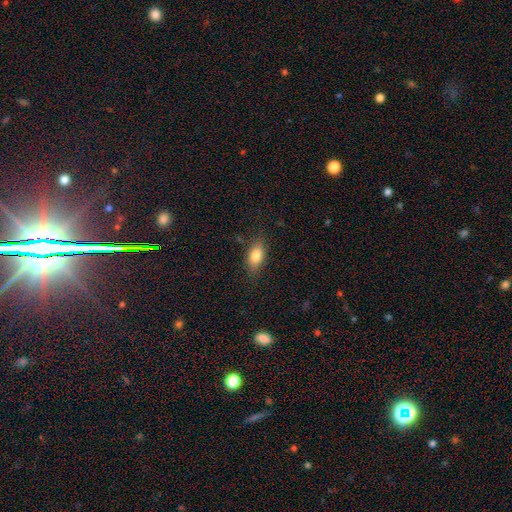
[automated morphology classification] Overall: smooth (81%). How rounded: in between (86%). Merging: none (82%).